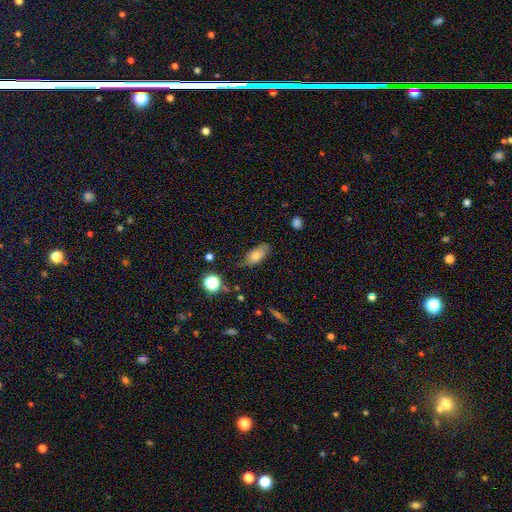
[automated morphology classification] This is likely a smooth galaxy (71%). How rounded: clearly in between (85%). Merging: likely none (61%).